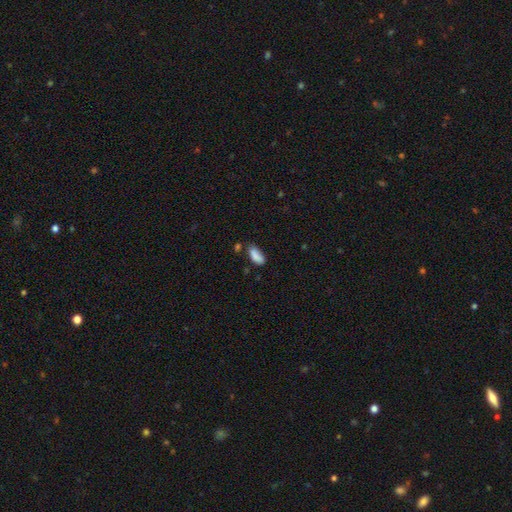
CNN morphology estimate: Smooth or featured: smooth — 84% (star or artifact — 8%)
How rounded: in between — 80% (cigar-shaped — 17%)
Merging: none — 57% (minor disturbance — 25%)